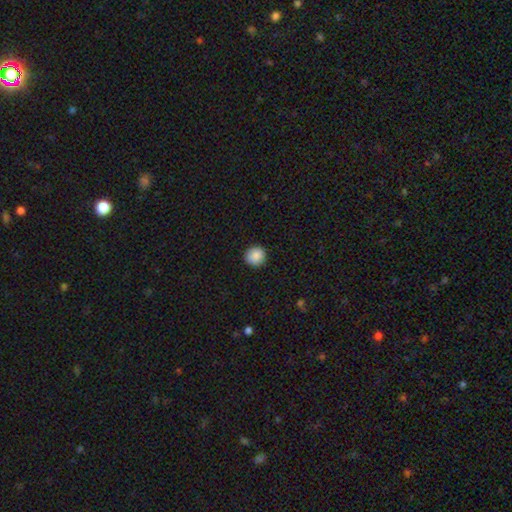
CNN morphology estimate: smooth_or_featured: smooth (p=0.89) [alt: star or artifact p=0.08]
how_rounded: round (p=0.93) [alt: in between p=0.06]
merging: none (p=0.92) [alt: minor disturbance p=0.06]